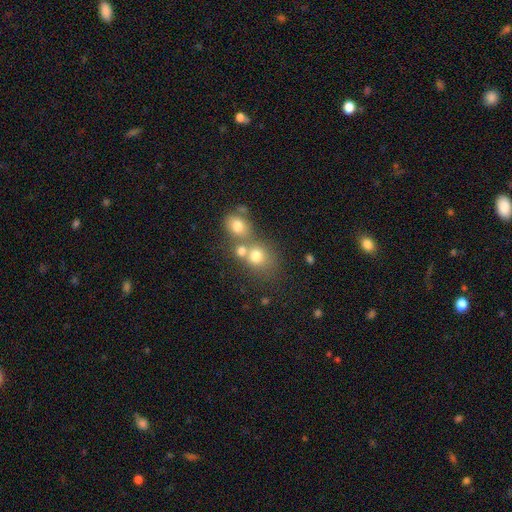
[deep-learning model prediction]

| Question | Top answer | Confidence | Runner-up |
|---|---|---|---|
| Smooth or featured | smooth | 72% | star or artifact (14%) |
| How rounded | round | 75% | in between (24%) |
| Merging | merger | 46% | none (41%) |